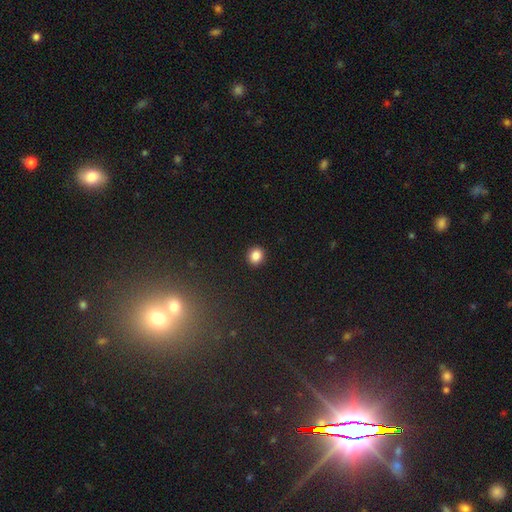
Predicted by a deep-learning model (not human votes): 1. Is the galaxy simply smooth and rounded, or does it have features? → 86% smooth, 10% star or artifact, 4% featured or disk.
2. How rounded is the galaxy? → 77% round, 22% in between, 1% cigar-shaped.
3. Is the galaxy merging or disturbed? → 92% none, 5% minor disturbance, 2% major disturbance, 1% merger.